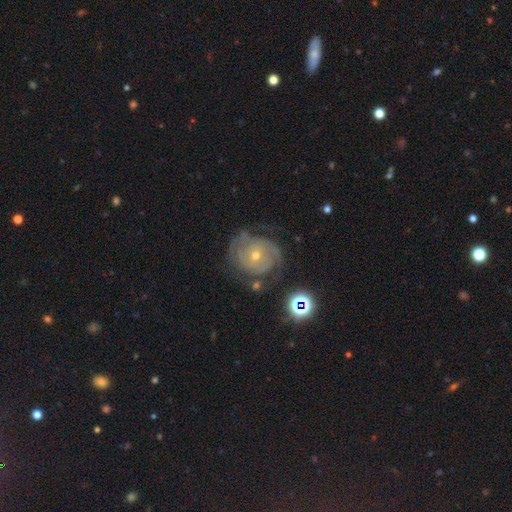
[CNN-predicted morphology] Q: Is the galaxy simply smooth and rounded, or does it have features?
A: featured or disk — 82%.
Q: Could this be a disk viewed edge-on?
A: no — 98%.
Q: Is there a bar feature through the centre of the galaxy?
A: no — 75%.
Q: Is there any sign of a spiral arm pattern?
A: yes — 94%.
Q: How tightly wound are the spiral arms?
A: tight — 72%.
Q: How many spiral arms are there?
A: can't tell — 31%.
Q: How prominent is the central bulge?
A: small — 58%.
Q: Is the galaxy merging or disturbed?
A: none — 68%.